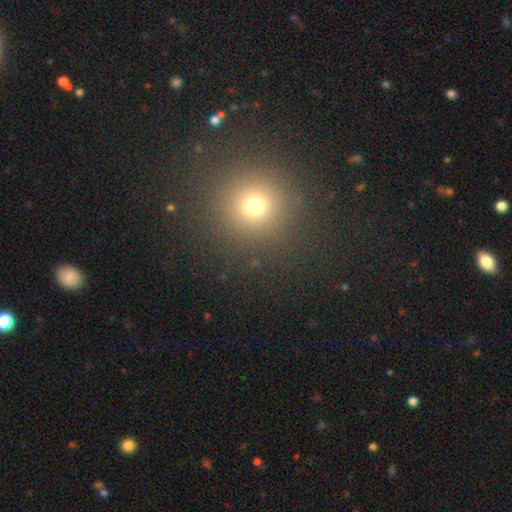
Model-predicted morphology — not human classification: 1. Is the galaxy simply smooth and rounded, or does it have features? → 63% smooth, 31% star or artifact, 6% featured or disk.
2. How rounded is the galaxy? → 94% round, 5% in between, 1% cigar-shaped.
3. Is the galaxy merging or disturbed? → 91% none, 5% minor disturbance, 2% major disturbance, 1% merger.